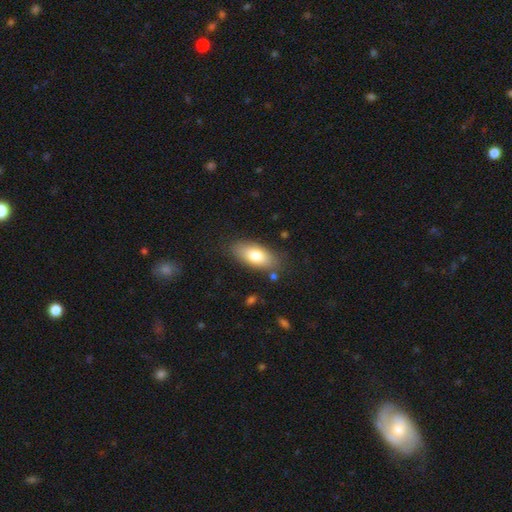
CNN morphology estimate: A smooth galaxy with no disk features (76%) that is in between round and cigar-shaped (87%).

Vote fractions:
- Smooth or featured? smooth: 76% / featured or disk: 17% / star or artifact: 6%
- How rounded? in between: 87% / cigar-shaped: 10% / round: 3%
- Merging? none: 82% / minor disturbance: 12% / major disturbance: 3% / merger: 2%